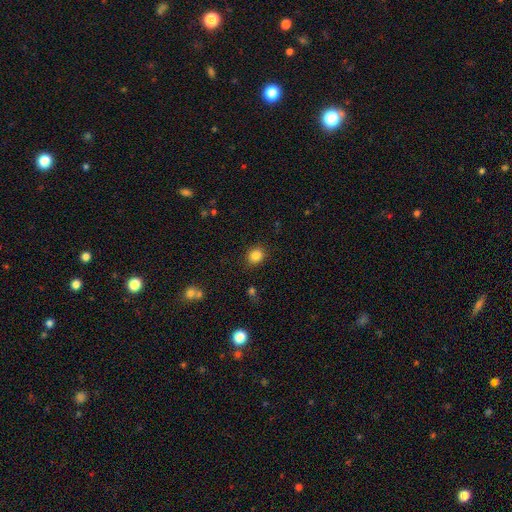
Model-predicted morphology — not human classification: Smooth or featured? smooth (85%)
How rounded? round (63%)
Merging? none (86%)